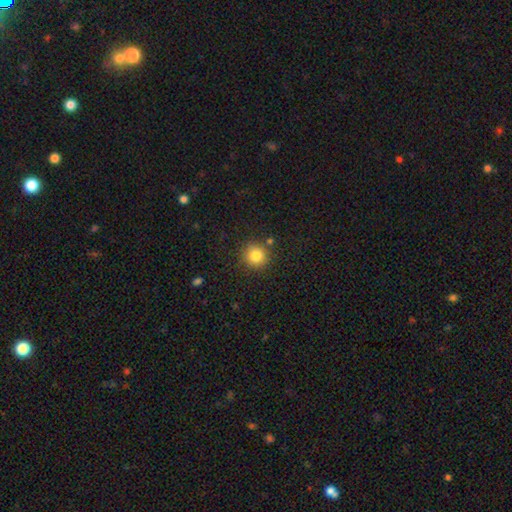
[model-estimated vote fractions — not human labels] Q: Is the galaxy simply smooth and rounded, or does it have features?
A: smooth — 82%.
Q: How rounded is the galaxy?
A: round — 94%.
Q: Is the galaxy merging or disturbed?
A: none — 86%.